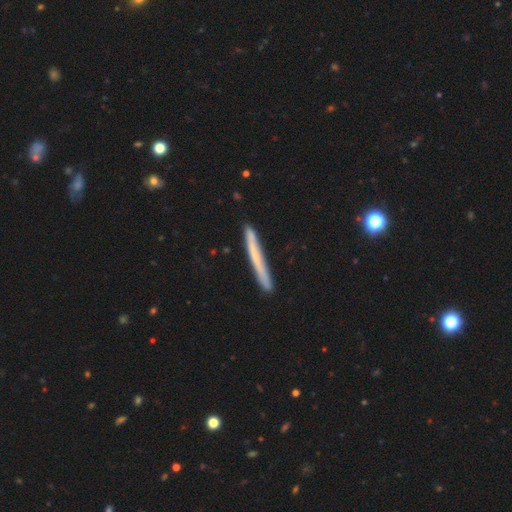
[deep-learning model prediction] This appears to be a smooth galaxy with no disk features (50%). Merging: none (87%).